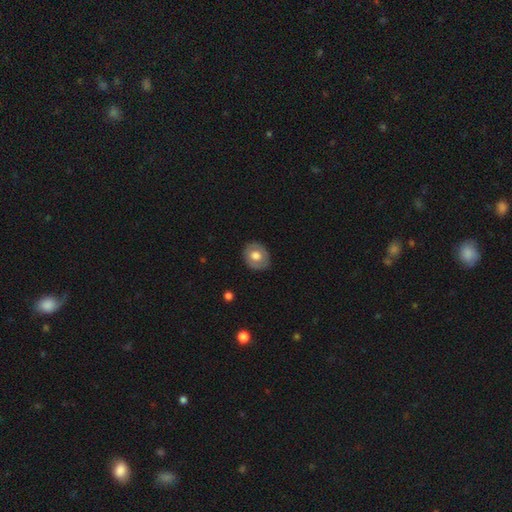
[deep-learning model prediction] This is likely a smooth galaxy (60%). How rounded: likely round (63%). Merging: clearly none (85%).